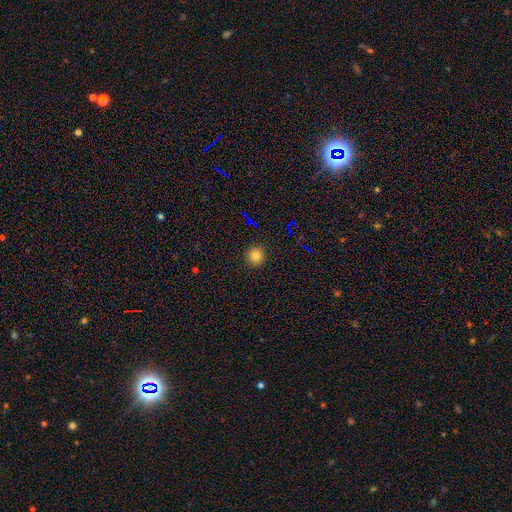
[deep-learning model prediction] Overall: smooth (77%). How rounded: round (94%). Merging: none (91%).